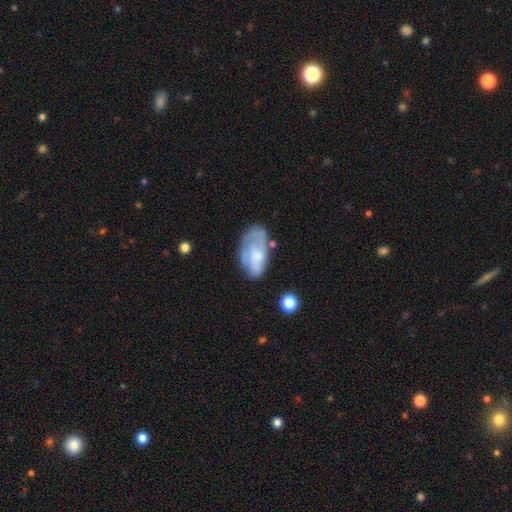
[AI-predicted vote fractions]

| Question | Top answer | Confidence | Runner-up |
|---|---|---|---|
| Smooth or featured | smooth | 48% | featured or disk (44%) |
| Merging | none | 48% | minor disturbance (29%) |